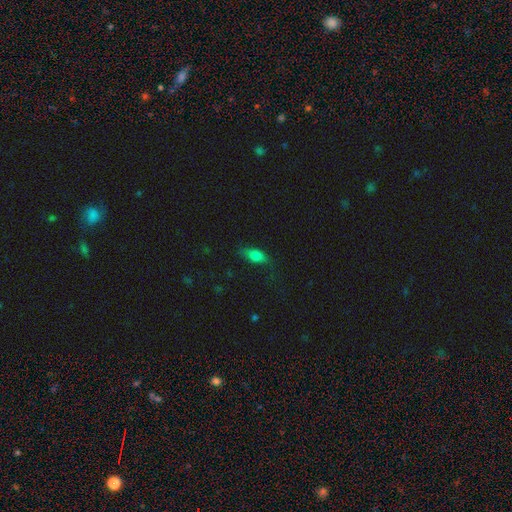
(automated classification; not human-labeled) Smooth or featured: smooth — 74% (featured or disk — 17%)
How rounded: in between — 78% (cigar-shaped — 17%)
Merging: none — 70% (minor disturbance — 22%)